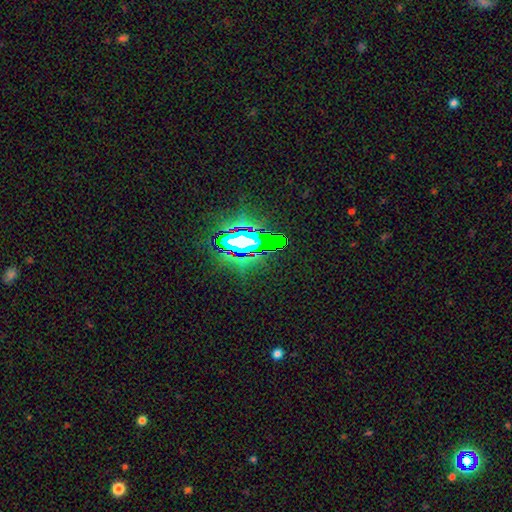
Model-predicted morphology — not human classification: Smooth or featured? Predicted: star or artifact (p=0.78).